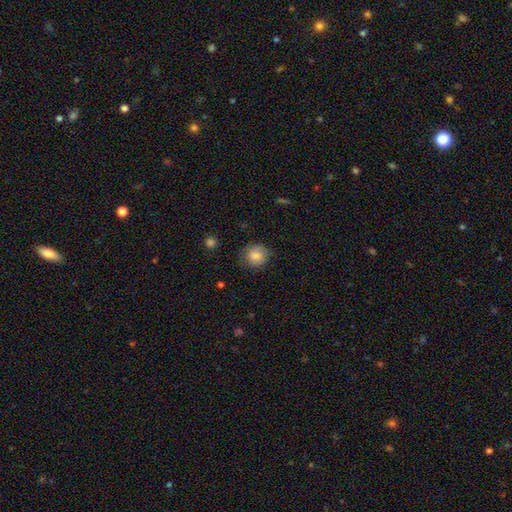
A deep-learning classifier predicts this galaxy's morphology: Smooth or featured?
  - smooth: 82% *
  - featured or disk: 9%
  - star or artifact: 9%
How rounded?
  - round: 86% *
  - in between: 13%
  - cigar-shaped: 1%
Merging?
  - none: 76% *
  - minor disturbance: 18%
  - major disturbance: 4%
  - merger: 1%